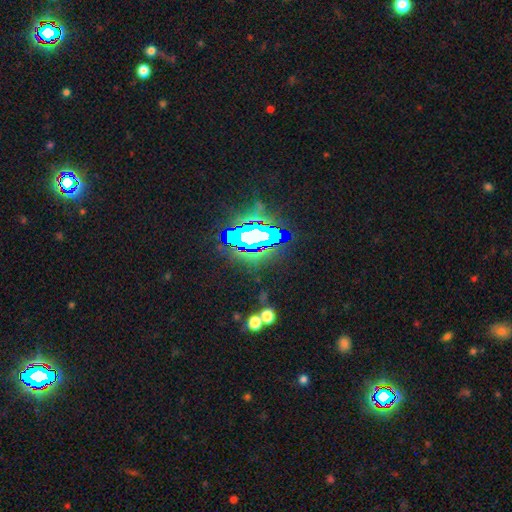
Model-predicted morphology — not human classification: The model was most divided on "smooth or featured": star or artifact: 75%, smooth: 13%, featured or disk: 12%.